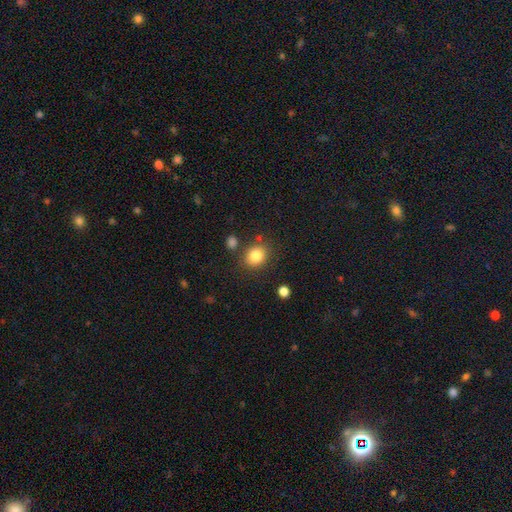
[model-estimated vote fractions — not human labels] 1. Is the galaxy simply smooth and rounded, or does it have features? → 83% smooth, 10% star or artifact, 7% featured or disk.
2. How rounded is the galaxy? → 63% round, 36% in between, 1% cigar-shaped.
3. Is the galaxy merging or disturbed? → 80% none, 11% minor disturbance, 6% merger, 4% major disturbance.